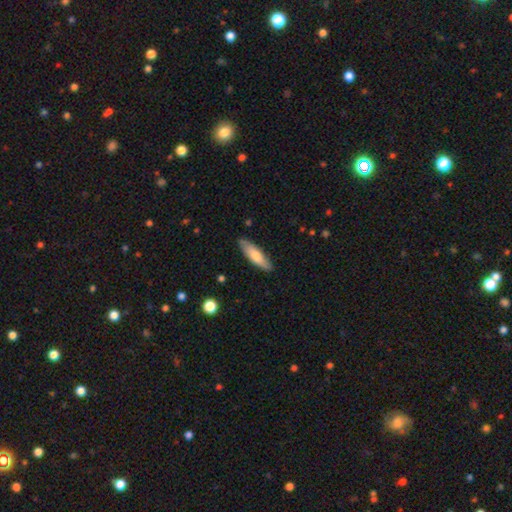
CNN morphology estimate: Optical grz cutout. It shows a smooth galaxy with no disk features (71%) that is cigar-shaped (64%). Merging: none (86%).